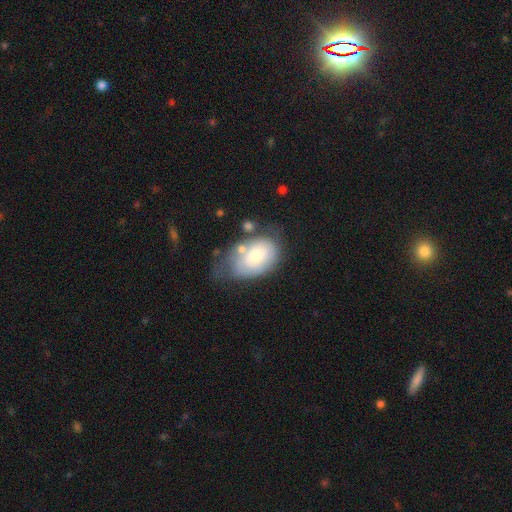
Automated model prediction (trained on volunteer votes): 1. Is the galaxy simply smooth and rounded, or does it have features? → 63% smooth, 30% featured or disk, 7% star or artifact.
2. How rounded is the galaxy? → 82% in between, 17% round, 1% cigar-shaped.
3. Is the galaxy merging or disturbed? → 36% none, 32% minor disturbance, 20% major disturbance, 11% merger.